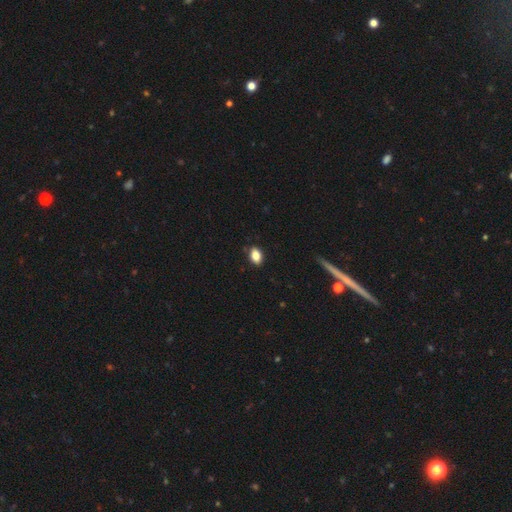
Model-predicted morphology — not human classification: smooth 84%, star or artifact 9%, featured or disk 7%. Down the decision tree: how rounded — in between (84%); merging — none (86%).